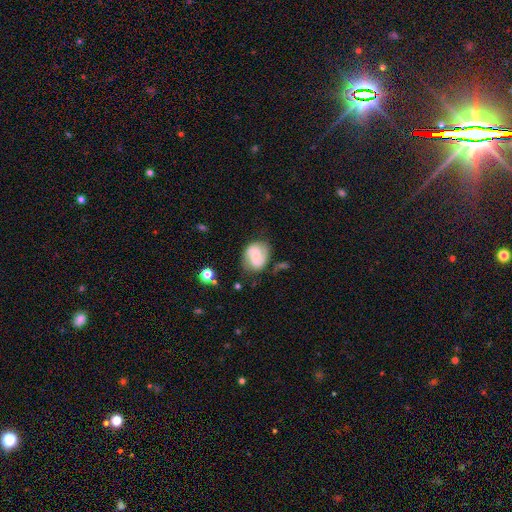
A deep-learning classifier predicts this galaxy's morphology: This appears to be a featured or disk galaxy (70%) with no bar (45%), 2 (85%) medium (47%) spiral arms (92%) and a small central bulge (55%). Merging: none (68%).